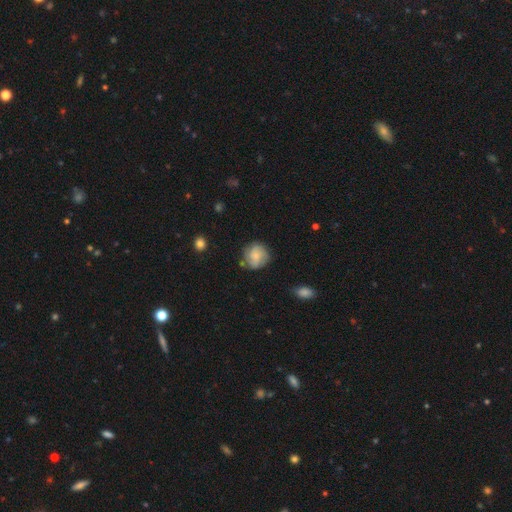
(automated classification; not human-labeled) smooth 52%, featured or disk 40%, star or artifact 8%. Down the decision tree: how rounded — round (85%); merging — none (68%).